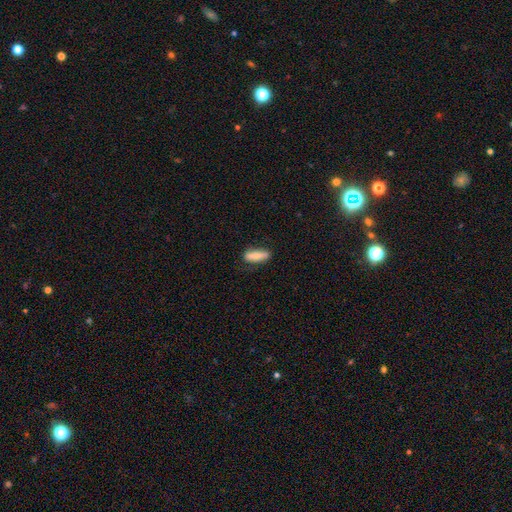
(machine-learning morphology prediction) Smooth or featured? Predicted: smooth (p=0.80). How rounded? Predicted: in between (p=0.51). Merging? Predicted: none (p=0.74).